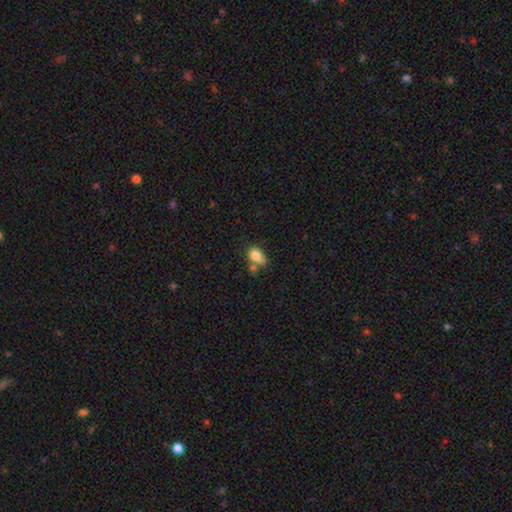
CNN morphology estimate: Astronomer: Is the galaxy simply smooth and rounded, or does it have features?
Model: smooth — 80%.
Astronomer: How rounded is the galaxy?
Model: in between — 77%.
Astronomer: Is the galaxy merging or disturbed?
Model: none — 42% (runner-up: merger, 24%).